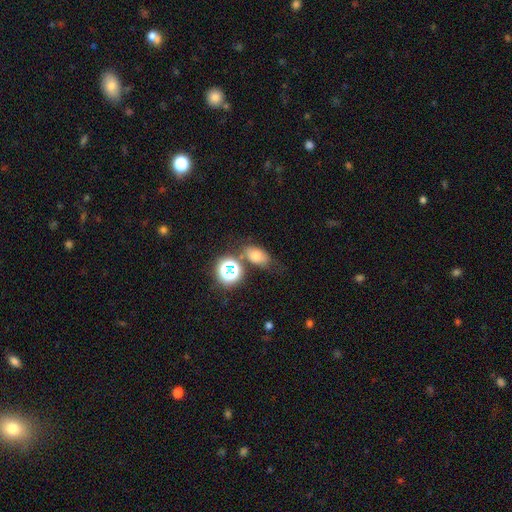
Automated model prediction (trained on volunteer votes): smooth 64%, star or artifact 22%, featured or disk 14%. Down the decision tree: how rounded — in between (75%); merging — none (61%).